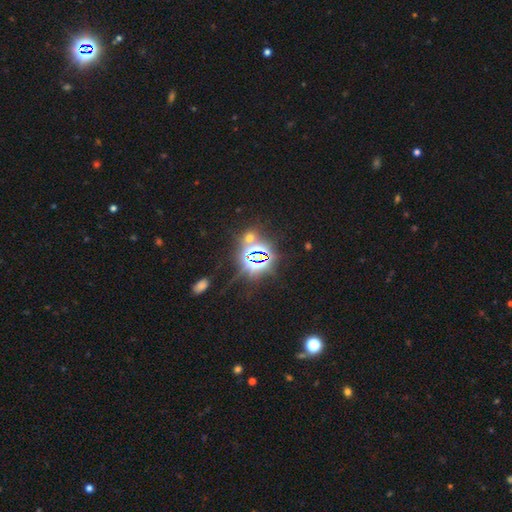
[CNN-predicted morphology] smooth-or-featured: star or artifact: 81% | smooth: 11% | featured or disk: 8%